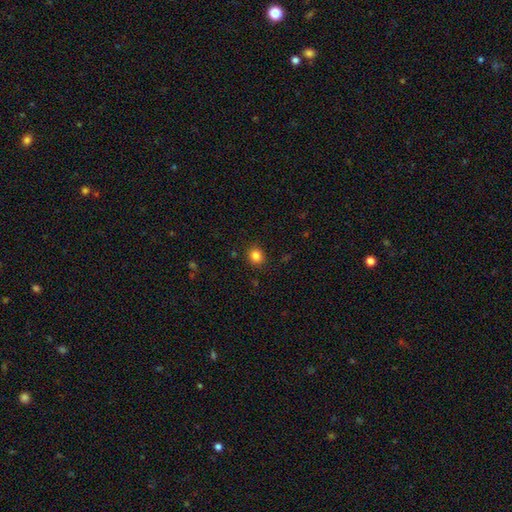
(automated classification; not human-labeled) The model was most divided on "how rounded": round: 81%, in between: 18%, cigar-shaped: 1%. More confident: merging — none (90%); smooth or featured — smooth (84%).